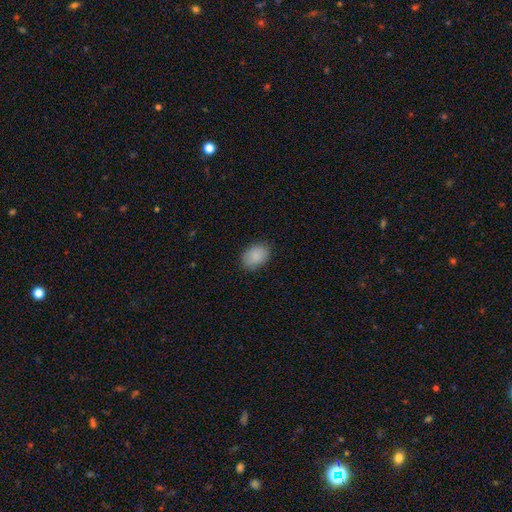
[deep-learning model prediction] Overall: smooth (88%). How rounded: in between (72%). Merging: none (83%).